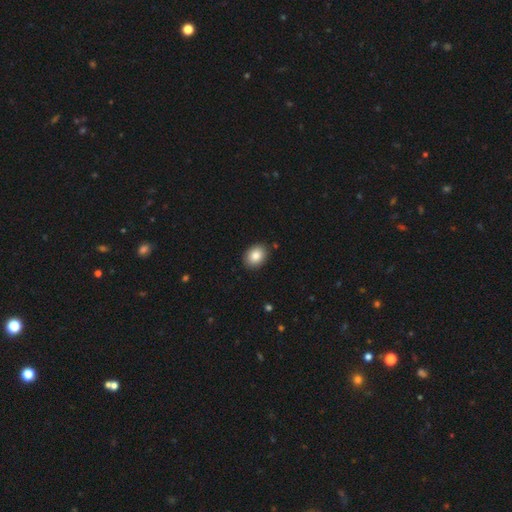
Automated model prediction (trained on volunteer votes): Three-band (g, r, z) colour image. It shows a smooth galaxy with no disk features (85%) that is in between round and cigar-shaped (67%). Merging: none (89%).